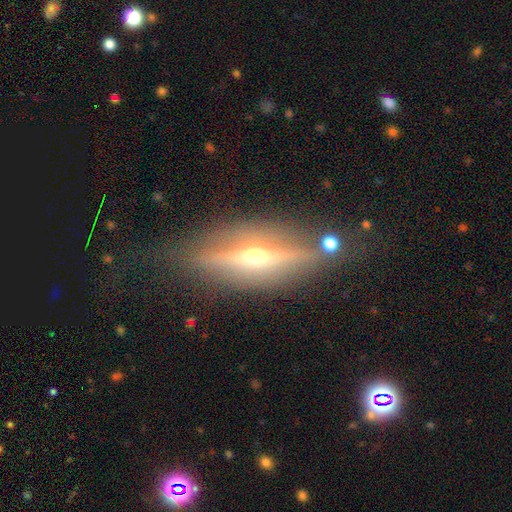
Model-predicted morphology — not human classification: Q: Smooth or featured?
A: featured or disk (79%); runner-up: smooth (14%)
Q: Edge-on disk?
A: yes (93%); runner-up: no (7%)
Q: Edge-on bulge?
A: rounded (92%); runner-up: none (4%)
Q: Merging?
A: none (77%); runner-up: minor disturbance (14%)